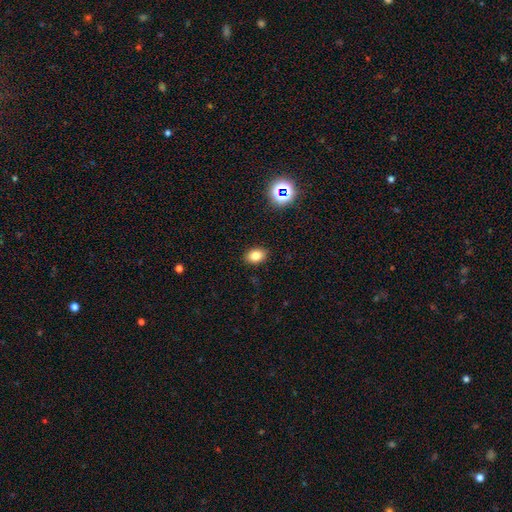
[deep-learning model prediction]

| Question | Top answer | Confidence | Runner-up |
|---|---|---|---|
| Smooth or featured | smooth | 79% | star or artifact (13%) |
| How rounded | in between | 78% | round (21%) |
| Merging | none | 89% | minor disturbance (8%) |